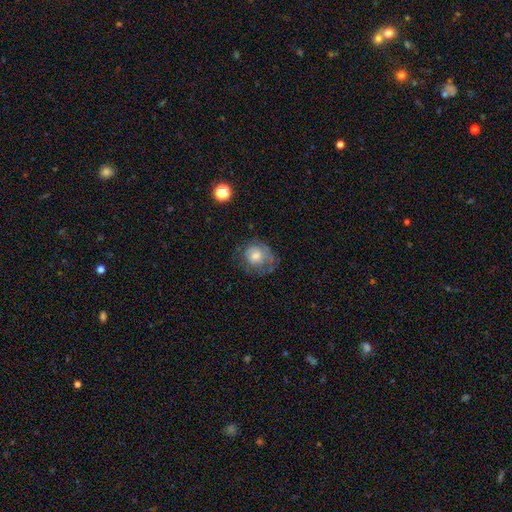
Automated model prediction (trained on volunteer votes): The model was most divided on "smooth or featured": smooth: 50%, featured or disk: 40%, star or artifact: 10%. More confident: how rounded — round (71%); merging — none (56%).